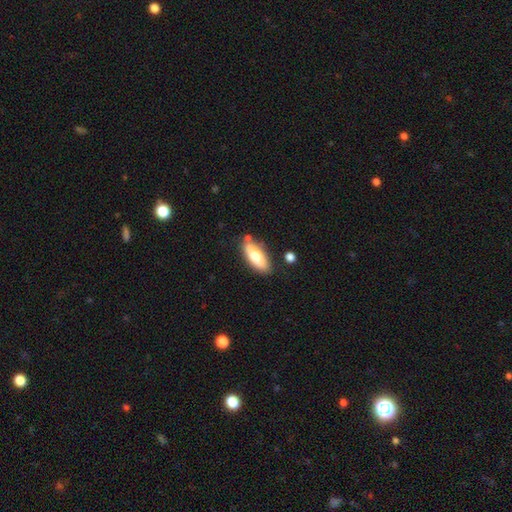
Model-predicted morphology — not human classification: A smooth galaxy with no disk features (71%) that is in between round and cigar-shaped (66%).

Vote fractions:
- Smooth or featured? smooth: 71% / featured or disk: 23% / star or artifact: 6%
- How rounded? in between: 66% / cigar-shaped: 32% / round: 2%
- Merging? none: 78% / minor disturbance: 14% / merger: 6% / major disturbance: 3%